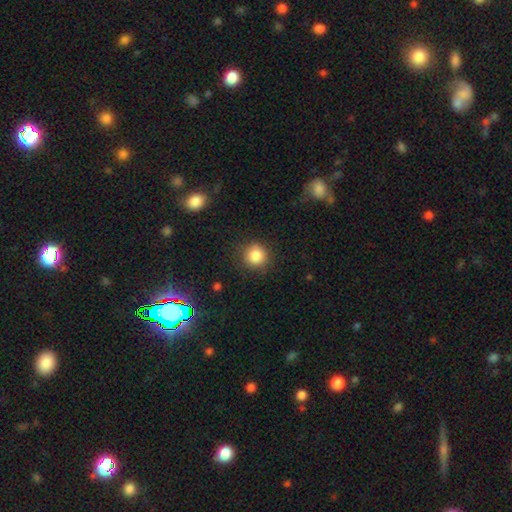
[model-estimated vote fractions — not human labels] Smooth or featured?
  - smooth: 85% *
  - star or artifact: 11%
  - featured or disk: 5%
How rounded?
  - round: 91% *
  - in between: 8%
  - cigar-shaped: 1%
Merging?
  - none: 85% *
  - minor disturbance: 10%
  - major disturbance: 3%
  - merger: 1%